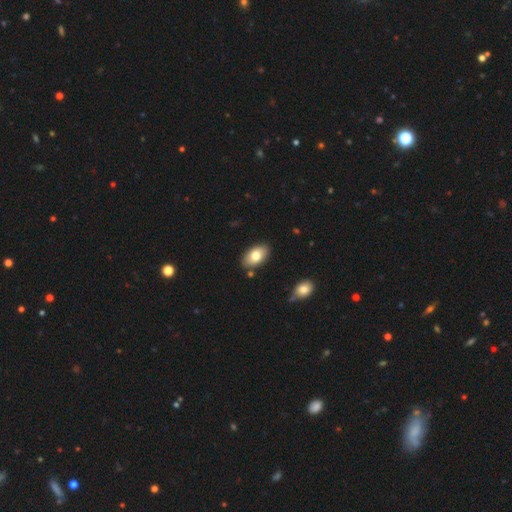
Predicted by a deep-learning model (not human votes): Smooth or featured: smooth — 78% (featured or disk — 15%)
How rounded: in between — 94% (round — 5%)
Merging: none — 83% (minor disturbance — 11%)